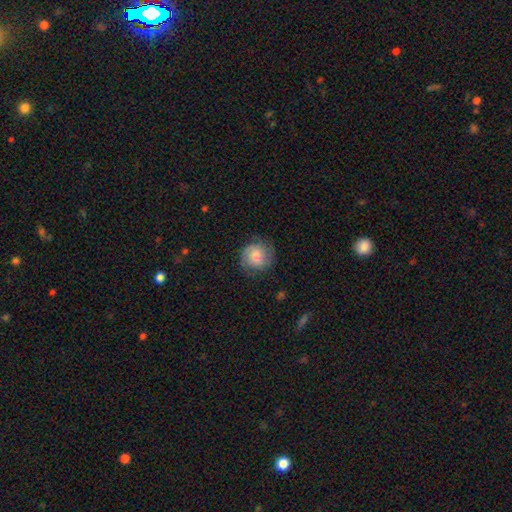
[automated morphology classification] smooth 59%, featured or disk 33%, star or artifact 8%. Down the decision tree: how rounded — round (87%); merging — none (75%).